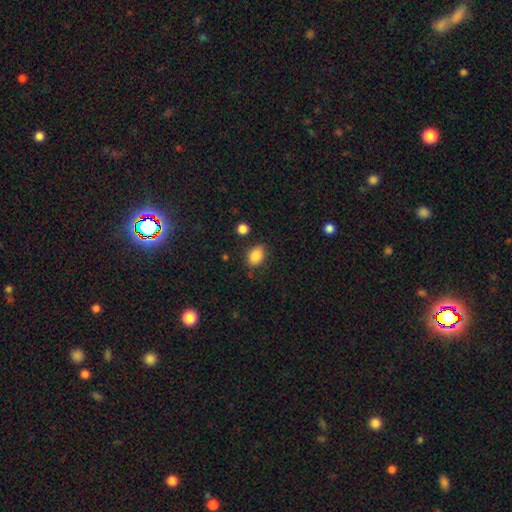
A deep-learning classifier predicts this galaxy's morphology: smooth-or-featured: smooth: 86% | star or artifact: 9% | featured or disk: 5%
  how-rounded: in between: 72% | round: 26% | cigar-shaped: 1%
  merging: none: 76% | minor disturbance: 17% | major disturbance: 4% | merger: 3%